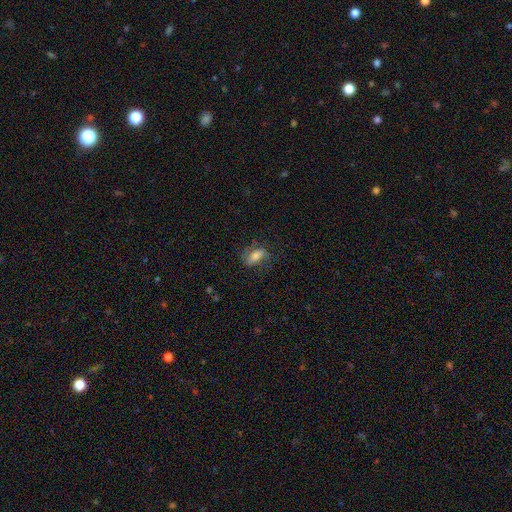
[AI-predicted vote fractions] Q: Smooth or featured?
A: smooth (61%); runner-up: featured or disk (30%)
Q: How rounded?
A: in between (80%); runner-up: cigar-shaped (11%)
Q: Merging?
A: none (66%); runner-up: minor disturbance (21%)